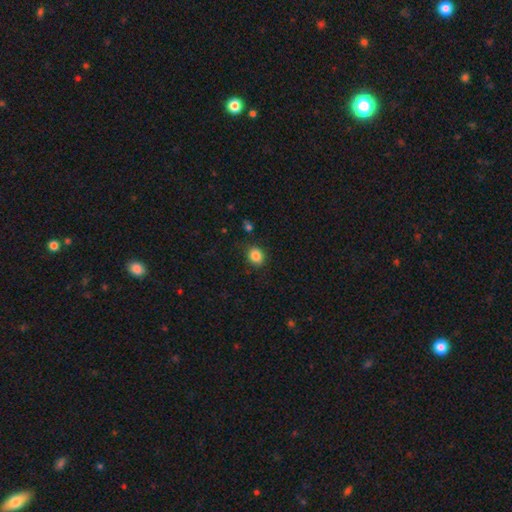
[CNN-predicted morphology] Smooth or featured: smooth — 85% (star or artifact — 10%)
How rounded: round — 65% (in between — 34%)
Merging: none — 86% (minor disturbance — 10%)